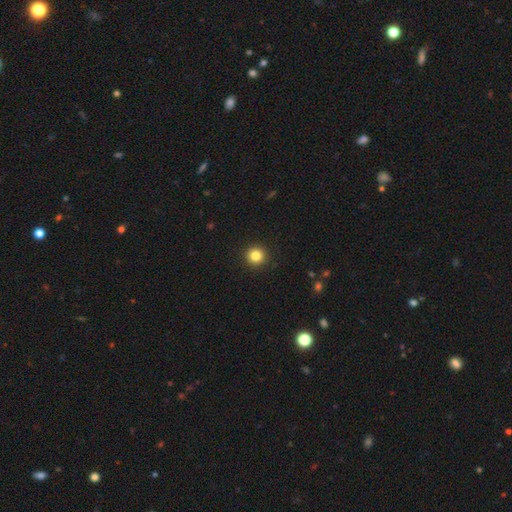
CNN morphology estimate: Smooth or featured? smooth (84%)
How rounded? round (95%)
Merging? none (93%)